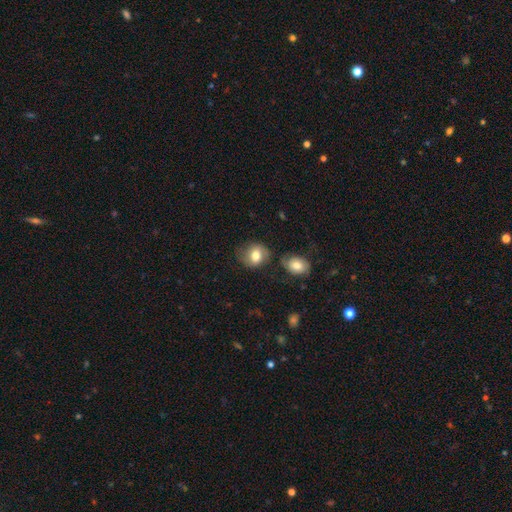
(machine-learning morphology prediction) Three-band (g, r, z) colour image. It shows a smooth galaxy with no disk features (73%) that is round (62%). Merging: none (62%).